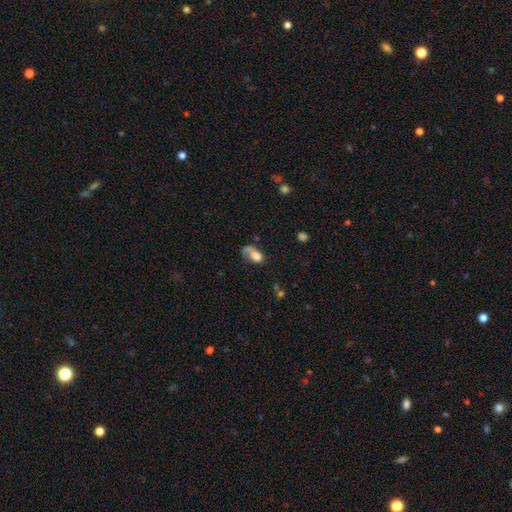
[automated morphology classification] type=smooth (64%); roundness=in between (80%); merging=major disturbance (39%).